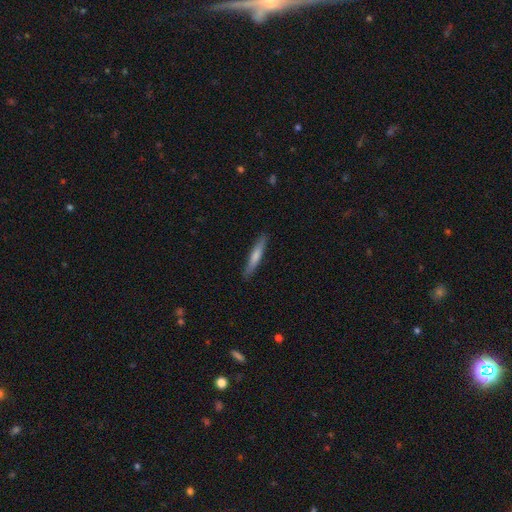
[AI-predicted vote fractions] Overall: smooth (71%). How rounded: cigar-shaped (93%). Merging: none (88%).